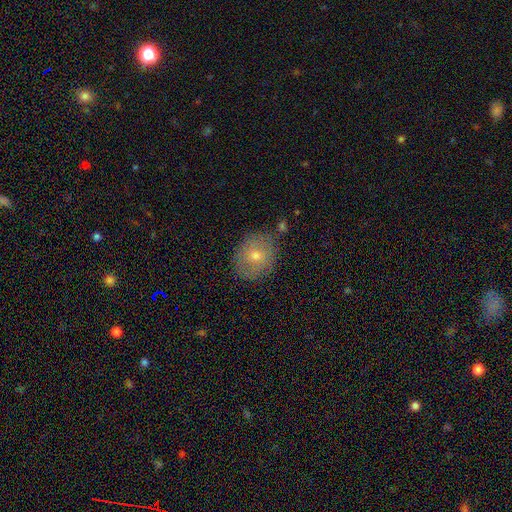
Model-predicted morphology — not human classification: smooth 64%, featured or disk 25%, star or artifact 11%. Down the decision tree: how rounded — round (62%); merging — none (80%).